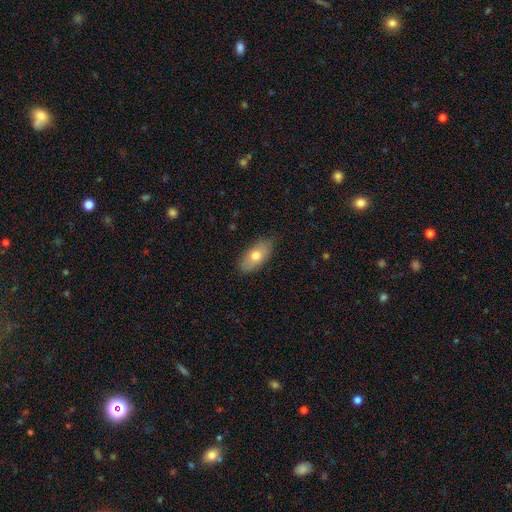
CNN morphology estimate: smooth-or-featured: smooth: 70% | featured or disk: 24% | star or artifact: 6%
  how-rounded: in between: 89% | cigar-shaped: 6% | round: 4%
  merging: none: 81% | minor disturbance: 16% | major disturbance: 3% | merger: 1%